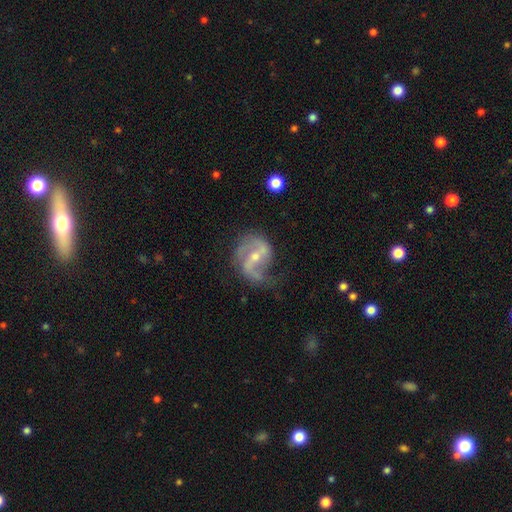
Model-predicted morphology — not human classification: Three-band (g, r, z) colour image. It shows a featured or disk galaxy (87%) with a strong bar (41%), 2 (84%) loose (45%) spiral arms (94%) and a small central bulge (52%). Merging: none (58%).